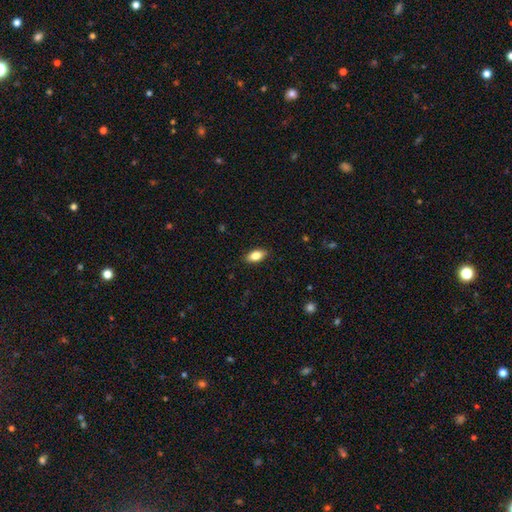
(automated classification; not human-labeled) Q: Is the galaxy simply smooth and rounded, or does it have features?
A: smooth — 77%.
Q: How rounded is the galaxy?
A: in between — 86%.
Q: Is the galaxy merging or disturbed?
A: none — 87%.